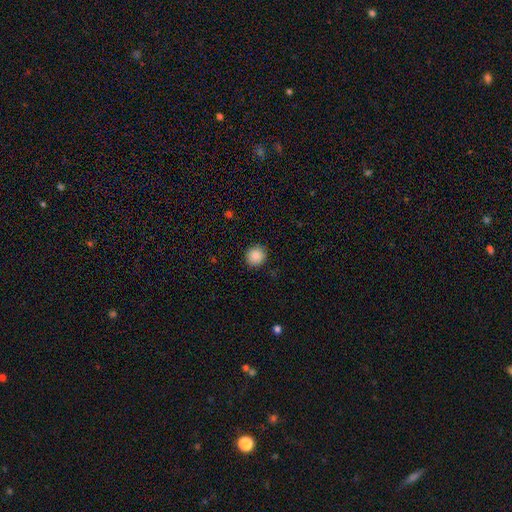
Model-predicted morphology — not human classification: Smooth or featured?
  - smooth: 89% *
  - star or artifact: 9%
  - featured or disk: 3%
How rounded?
  - round: 91% *
  - in between: 8%
  - cigar-shaped: 1%
Merging?
  - none: 90% *
  - minor disturbance: 7%
  - major disturbance: 2%
  - merger: 1%